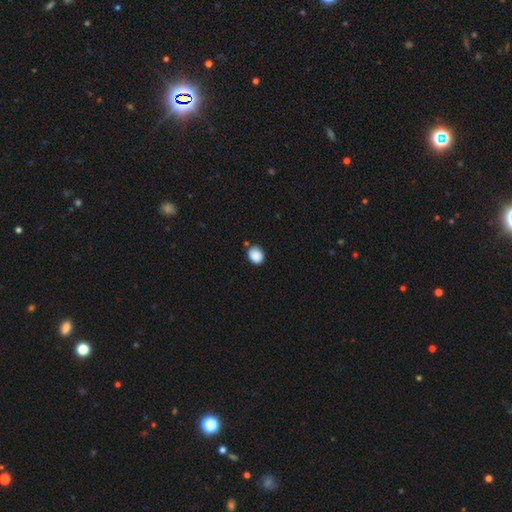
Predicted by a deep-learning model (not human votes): Smooth or featured: smooth — 88% (star or artifact — 9%)
How rounded: round — 55% (in between — 44%)
Merging: none — 78% (minor disturbance — 16%)